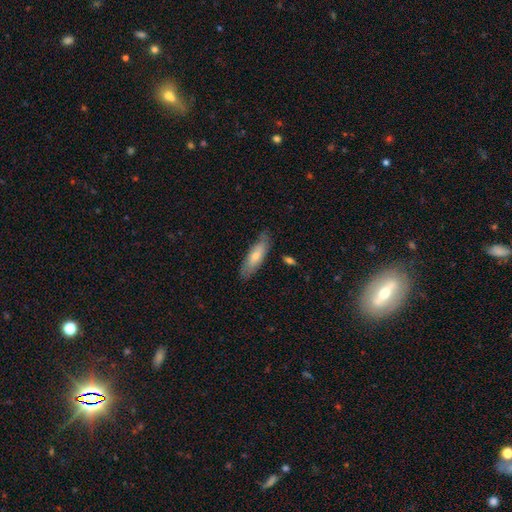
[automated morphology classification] Smooth or featured: smooth — 68% (featured or disk — 26%)
How rounded: in between — 52% (cigar-shaped — 46%)
Merging: none — 77% (minor disturbance — 17%)